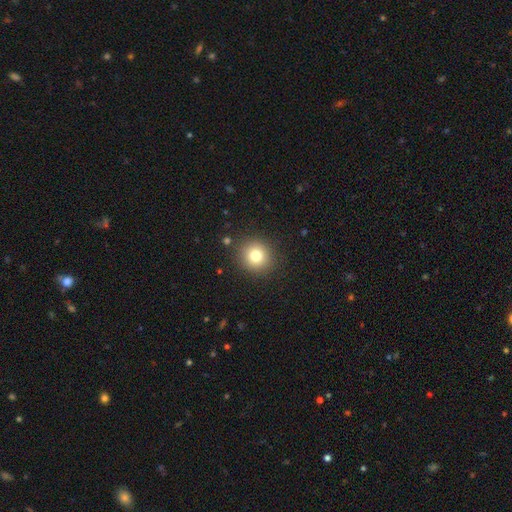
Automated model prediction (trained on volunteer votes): A smooth galaxy with no disk features (79%) that is round (91%). Merging: none (89%).